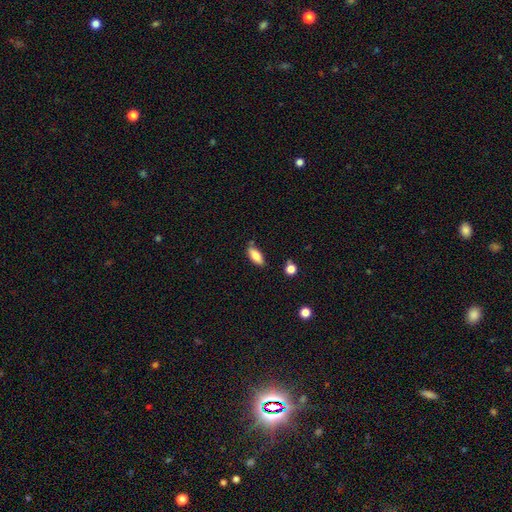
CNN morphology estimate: This appears to be a smooth galaxy with no disk features (81%) that is in between round and cigar-shaped (82%). Merging: none (79%).